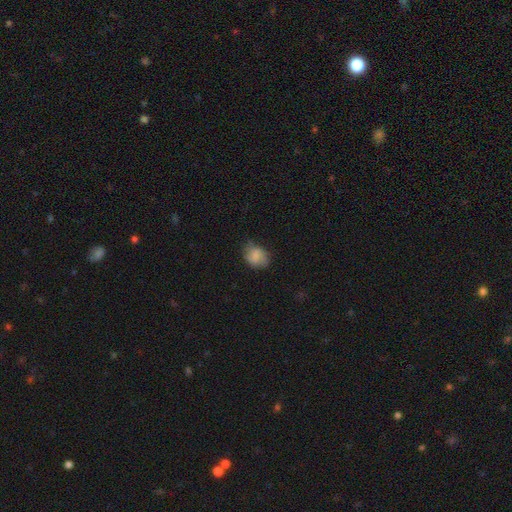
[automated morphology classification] Smooth or featured? smooth (68%)
How rounded? in between (59%)
Merging? none (62%)